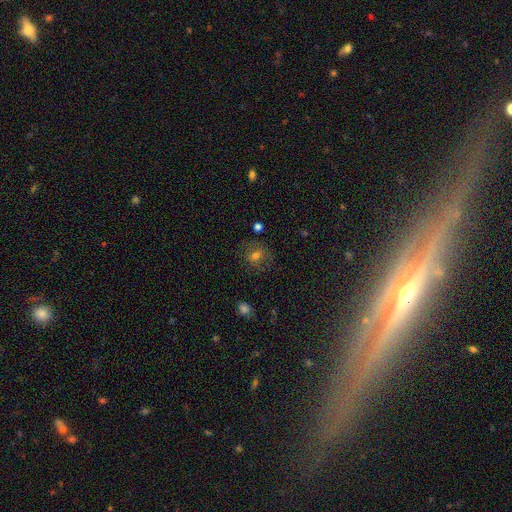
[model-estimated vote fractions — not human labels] Smooth or featured?
  - smooth: 66% *
  - featured or disk: 20%
  - star or artifact: 14%
How rounded?
  - round: 70% *
  - in between: 29%
  - cigar-shaped: 1%
Merging?
  - none: 75% *
  - minor disturbance: 16%
  - major disturbance: 7%
  - merger: 2%